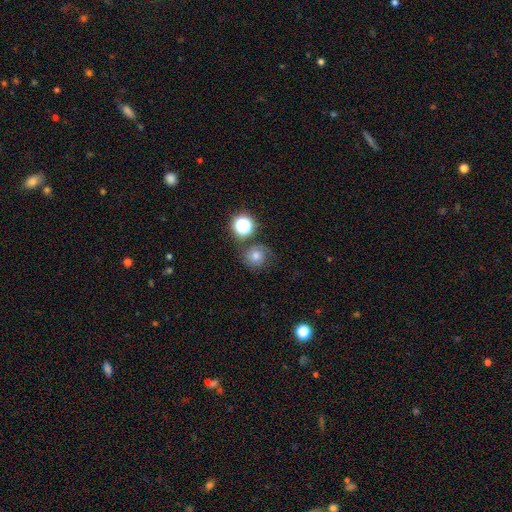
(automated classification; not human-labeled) This appears to be a smooth galaxy with no disk features (52%) that is round (85%). Merging: none (65%).